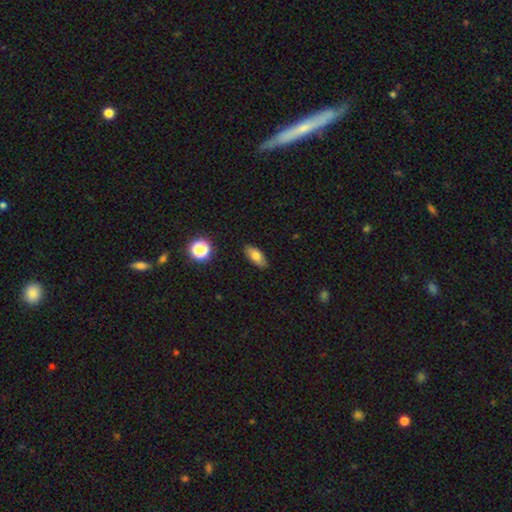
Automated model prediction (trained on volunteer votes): smooth-or-featured: smooth: 76% | featured or disk: 15% | star or artifact: 9%
  how-rounded: in between: 83% | cigar-shaped: 12% | round: 5%
  merging: none: 86% | minor disturbance: 11% | major disturbance: 2% | merger: 1%